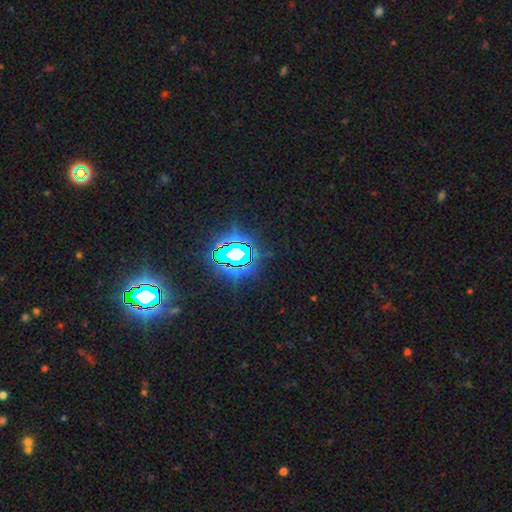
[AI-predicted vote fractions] Smooth or featured: star or artifact — 84% (smooth — 10%)